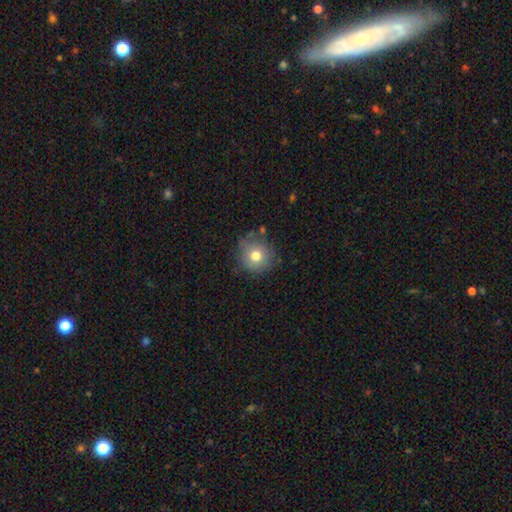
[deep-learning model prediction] Smooth or featured? Predicted: smooth (p=0.75). How rounded? Predicted: round (p=0.88). Merging? Predicted: none (p=0.74).